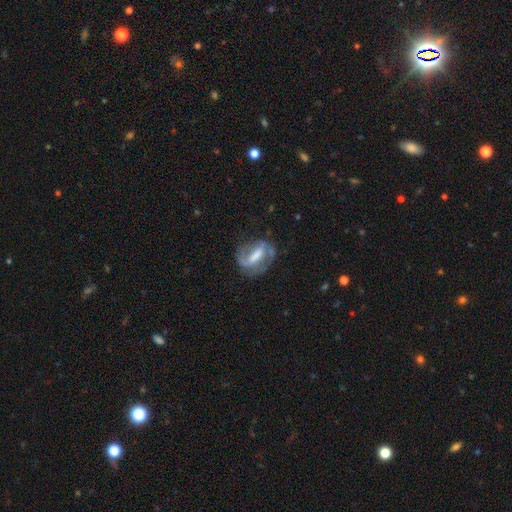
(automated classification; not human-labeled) A featured or disk galaxy (69%) with a strong bar (55%), spiral arms (76%) and a moderate central bulge (33%).

Vote fractions:
- Smooth or featured? featured or disk: 69% / smooth: 24% / star or artifact: 8%
- Edge-on disk? no: 92% / yes: 8%
- Bar? strong: 55% / weak: 30% / no: 15%
- Spiral arms? yes: 76% / no: 24%
- Bulge size? moderate: 33% / large: 23% / none: 23% / small: 17% / dominant: 3%
- Merging? none: 53% / minor disturbance: 23% / major disturbance: 21% / merger: 3%